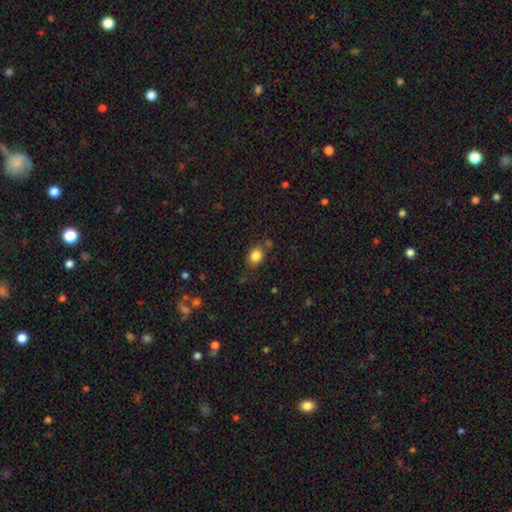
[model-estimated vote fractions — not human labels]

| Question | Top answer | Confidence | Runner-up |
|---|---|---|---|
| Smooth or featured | smooth | 84% | star or artifact (10%) |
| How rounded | in between | 54% | round (45%) |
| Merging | none | 73% | minor disturbance (16%) |